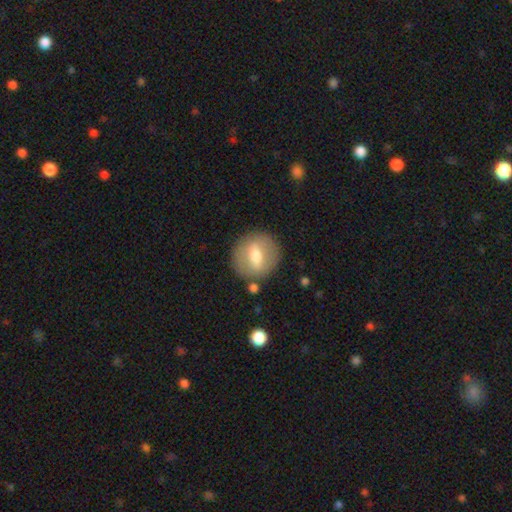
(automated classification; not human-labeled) Q: Smooth or featured?
A: smooth (52%); runner-up: featured or disk (41%)
Q: How rounded?
A: round (81%); runner-up: in between (17%)
Q: Merging?
A: none (84%); runner-up: minor disturbance (10%)